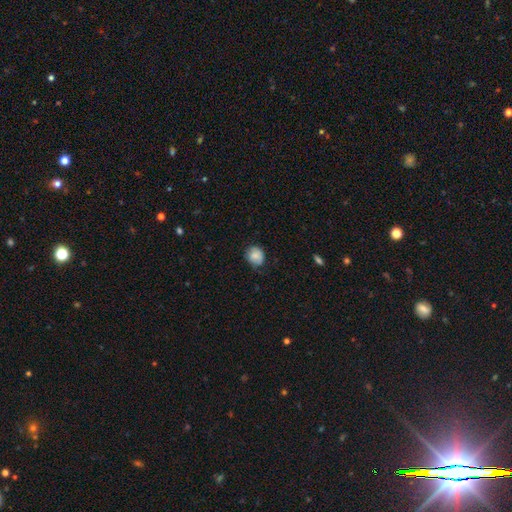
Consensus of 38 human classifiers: smooth_or_featured: smooth (p=0.84) [alt: featured or disk p=0.11]
how_rounded: round (p=0.53) [alt: in between p=0.47]
merging: none (p=0.50) [alt: minor disturbance p=0.36]